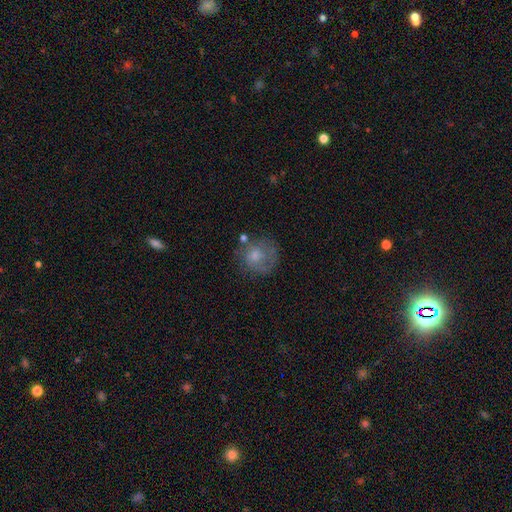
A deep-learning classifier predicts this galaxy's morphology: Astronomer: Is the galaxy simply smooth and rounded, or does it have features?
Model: smooth — 54% (runner-up: featured or disk, 37%).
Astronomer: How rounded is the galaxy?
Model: round — 82%.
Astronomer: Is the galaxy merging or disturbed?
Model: none — 54%.